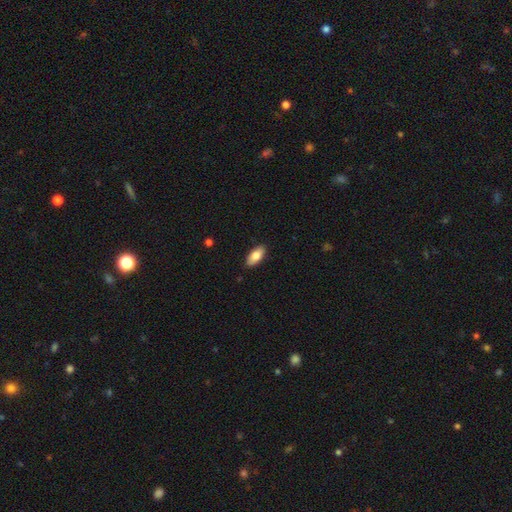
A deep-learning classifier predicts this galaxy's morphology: Q: Smooth or featured?
A: smooth (82%); runner-up: featured or disk (12%)
Q: How rounded?
A: in between (88%); runner-up: cigar-shaped (10%)
Q: Merging?
A: none (89%); runner-up: minor disturbance (9%)